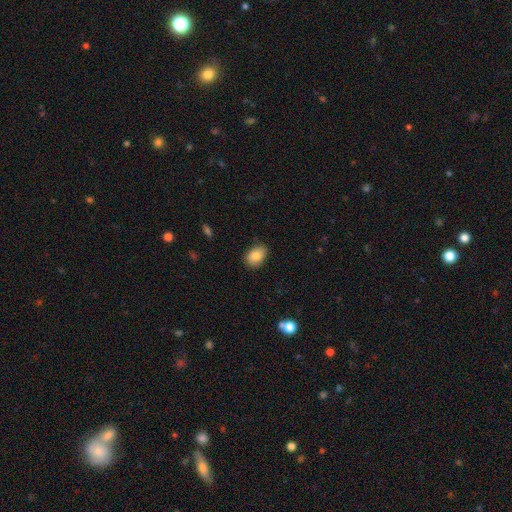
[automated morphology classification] A smooth galaxy with no disk features (84%) that is in between round and cigar-shaped (81%).

Vote fractions:
- Smooth or featured? smooth: 84% / featured or disk: 8% / star or artifact: 8%
- How rounded? in between: 81% / round: 17% / cigar-shaped: 1%
- Merging? none: 80% / minor disturbance: 16% / major disturbance: 3% / merger: 1%